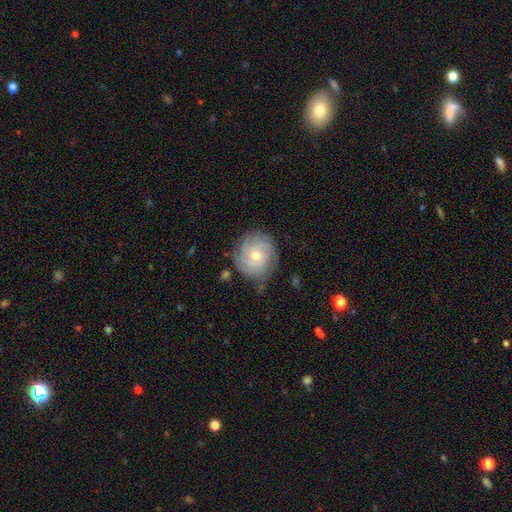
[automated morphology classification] A featured or disk galaxy (74%) with no bar (71%), tight (71%) spiral arms (94%) and a moderate central bulge (52%).

Vote fractions:
- Smooth or featured? featured or disk: 74% / smooth: 18% / star or artifact: 8%
- Edge-on disk? no: 97% / yes: 3%
- Bar? no: 71% / weak: 25% / strong: 4%
- Spiral arms? yes: 94% / no: 6%
- Spiral winding? tight: 71% / medium: 23% / loose: 6%
- Spiral arm count? can't tell: 38% / 4: 20% / 3: 18% / 2: 11% / more than 4: 8% / 1: 6%
- Bulge size? moderate: 52% / small: 44% / large: 2% / none: 1% / dominant: 1%
- Merging? none: 74% / minor disturbance: 18% / major disturbance: 6% / merger: 2%